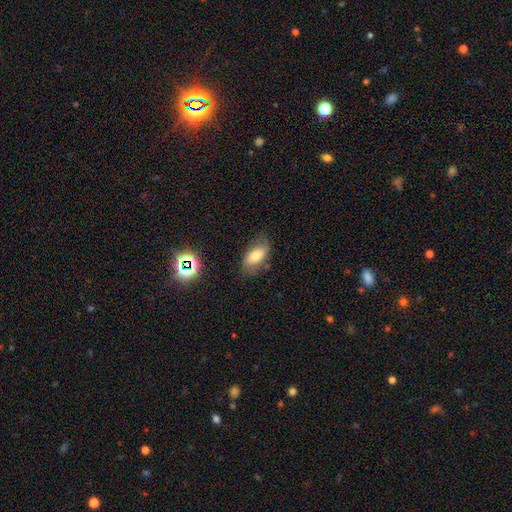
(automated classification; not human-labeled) This appears to be a smooth galaxy with no disk features (69%) that is in between round and cigar-shaped (90%). Merging: none (72%).